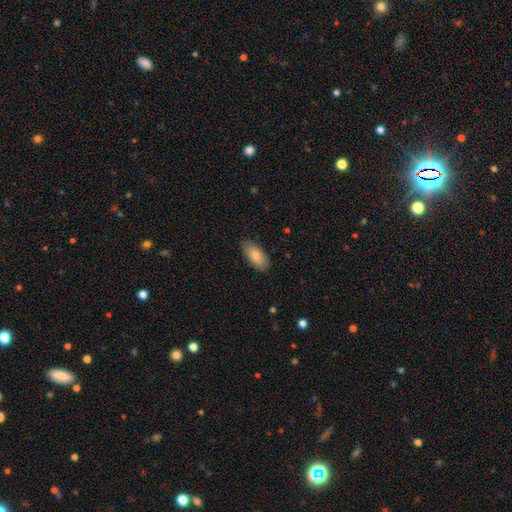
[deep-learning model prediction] A smooth galaxy with no disk features (84%) that is in between round and cigar-shaped (91%).

Vote fractions:
- Smooth or featured? smooth: 84% / featured or disk: 10% / star or artifact: 6%
- How rounded? in between: 91% / cigar-shaped: 7% / round: 2%
- Merging? none: 84% / minor disturbance: 13% / major disturbance: 2% / merger: 1%